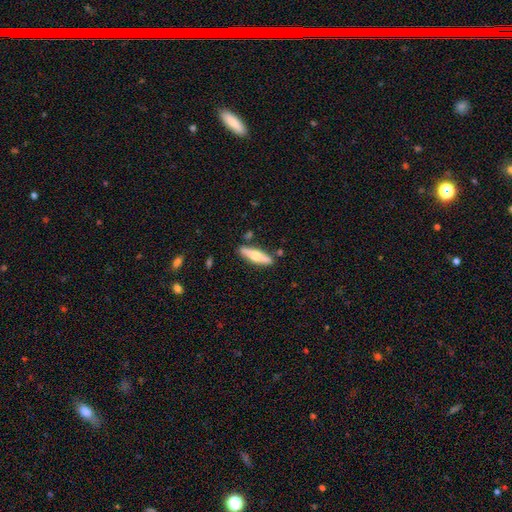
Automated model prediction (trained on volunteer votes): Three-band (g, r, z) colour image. It shows a featured or disk galaxy (48%). Merging: none (84%).